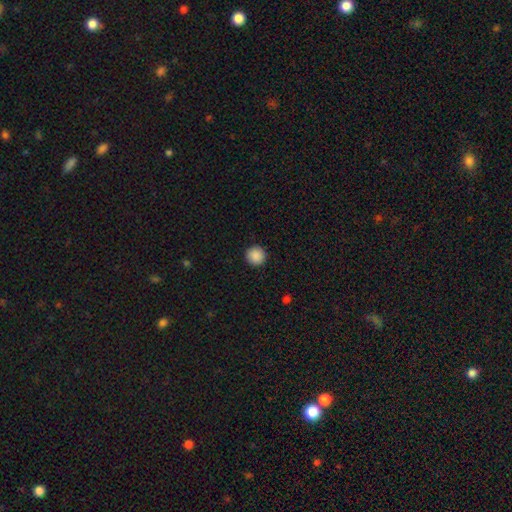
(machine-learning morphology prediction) The model was most divided on "smooth or featured": smooth: 89%, star or artifact: 9%, featured or disk: 2%. More confident: how rounded — round (95%); merging — none (93%).